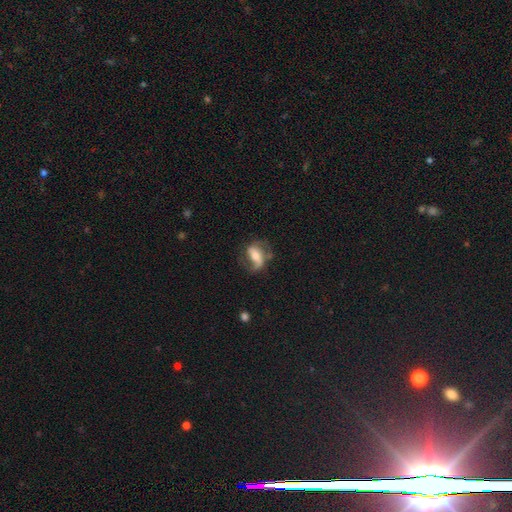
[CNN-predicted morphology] This is likely a featured or disk galaxy (62%). It is clearly not viewed edge-on (94%). Bar: marginally strong (38%). Spiral arm pattern: clearly yes (82%). Central bulge: possibly moderate (53%). Merging: possibly none (48%).